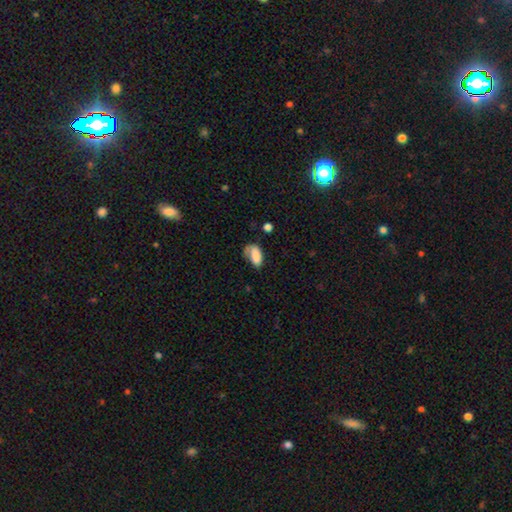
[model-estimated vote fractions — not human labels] smooth_or_featured: smooth (p=0.81) [alt: featured or disk p=0.11]
how_rounded: in between (p=0.90) [alt: cigar-shaped p=0.05]
merging: none (p=0.39) [alt: minor disturbance p=0.29]